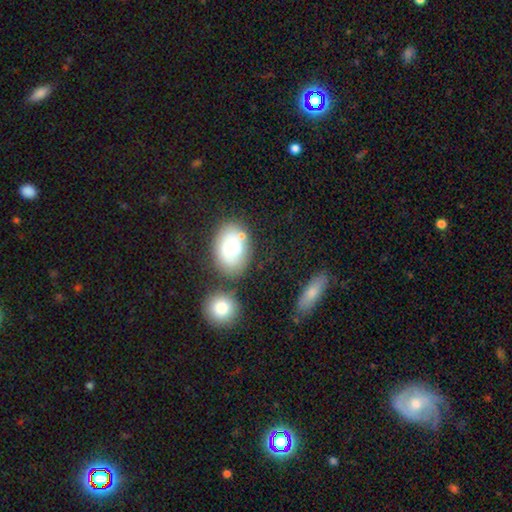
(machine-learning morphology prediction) Smooth or featured? smooth (63%)
How rounded? in between (65%)
Merging? none (73%)